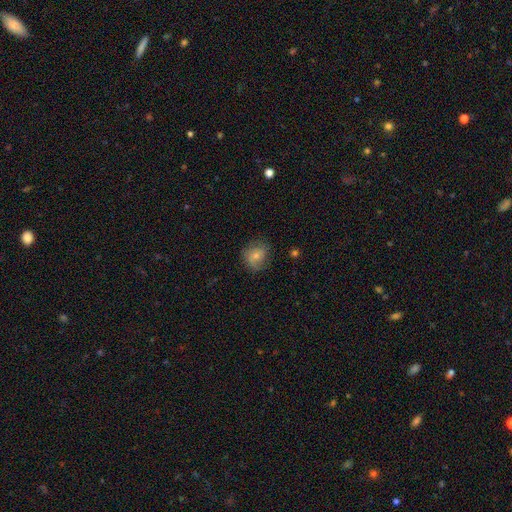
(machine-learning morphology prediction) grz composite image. It shows a smooth galaxy with no disk features (66%) that is round (68%). Merging: none (67%).